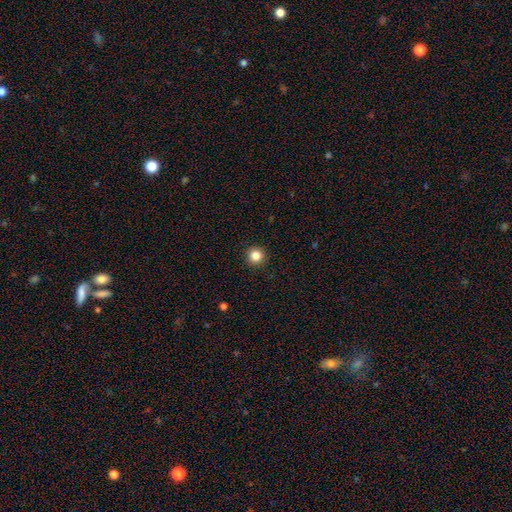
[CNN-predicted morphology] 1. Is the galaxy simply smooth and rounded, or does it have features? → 85% smooth, 11% star or artifact, 4% featured or disk.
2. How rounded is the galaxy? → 95% round, 4% in between, 1% cigar-shaped.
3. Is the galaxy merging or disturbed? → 93% none, 5% minor disturbance, 2% major disturbance, 1% merger.